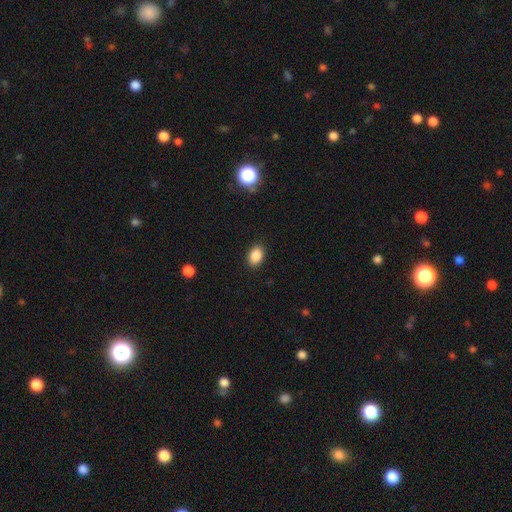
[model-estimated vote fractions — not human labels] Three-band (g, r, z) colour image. It shows a smooth galaxy with no disk features (88%) that is in between round and cigar-shaped (79%). Merging: none (89%).